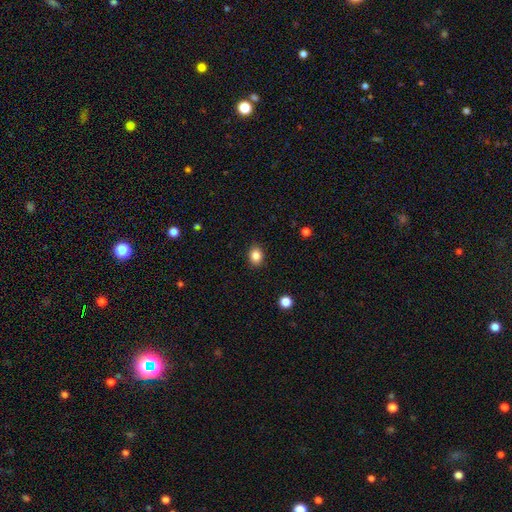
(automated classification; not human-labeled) This is clearly a smooth galaxy (85%). How rounded: possibly in between (51%). Merging: clearly none (89%).